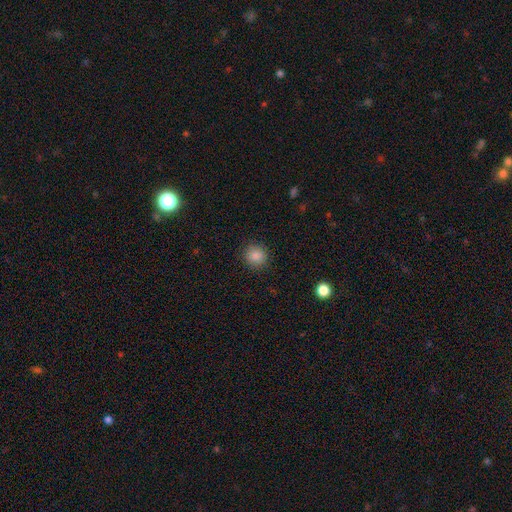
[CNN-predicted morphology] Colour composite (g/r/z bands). It shows a smooth galaxy with no disk features (86%) that is round (90%). Merging: none (90%).